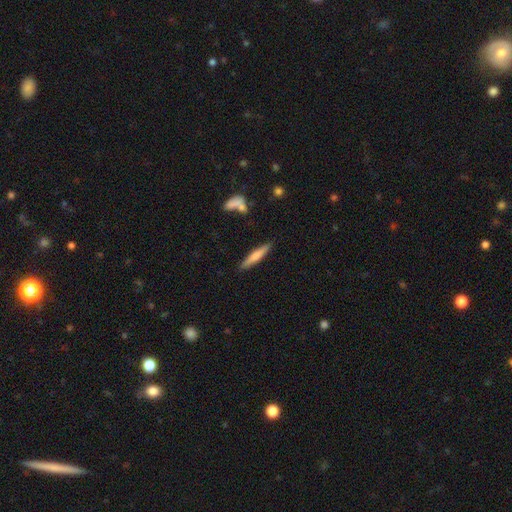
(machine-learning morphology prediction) A smooth galaxy with no disk features (64%) that is cigar-shaped (89%).

Vote fractions:
- Smooth or featured? smooth: 64% / featured or disk: 30% / star or artifact: 6%
- How rounded? cigar-shaped: 89% / in between: 9% / round: 2%
- Merging? none: 86% / minor disturbance: 9% / merger: 3% / major disturbance: 2%